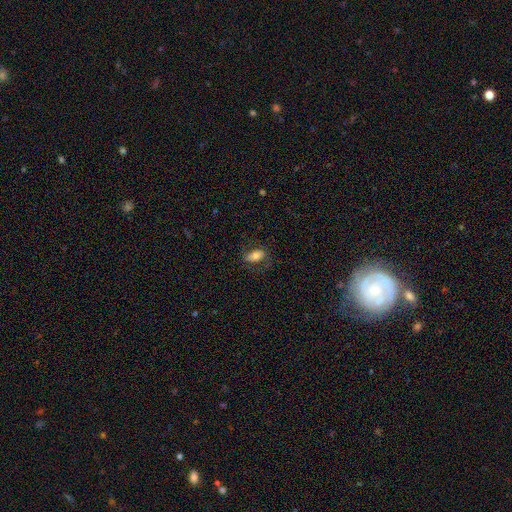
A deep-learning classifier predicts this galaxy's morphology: The model was most divided on "smooth or featured": smooth: 62%, featured or disk: 30%, star or artifact: 8%. More confident: how rounded — in between (90%); merging — none (70%).